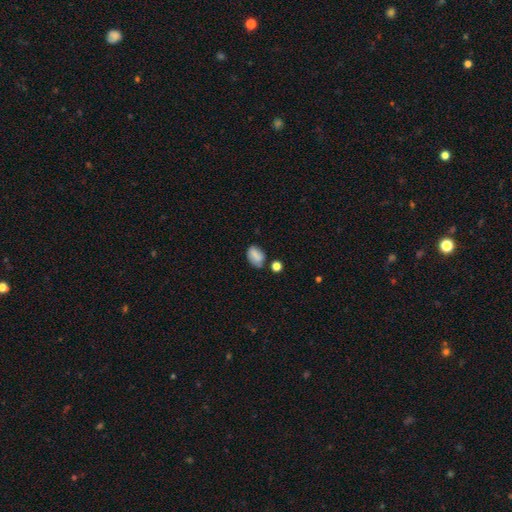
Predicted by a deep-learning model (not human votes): smooth_or_featured: smooth (p=0.75) [alt: featured or disk p=0.14]
how_rounded: in between (p=0.79) [alt: round p=0.19]
merging: none (p=0.62) [alt: minor disturbance p=0.23]